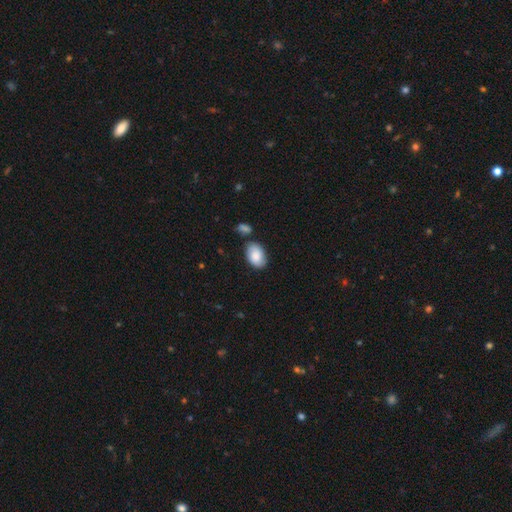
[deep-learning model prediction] The model was most divided on "merging": none: 71%, minor disturbance: 16%, merger: 9%, major disturbance: 4%. More confident: how rounded — in between (90%); smooth or featured — smooth (83%).